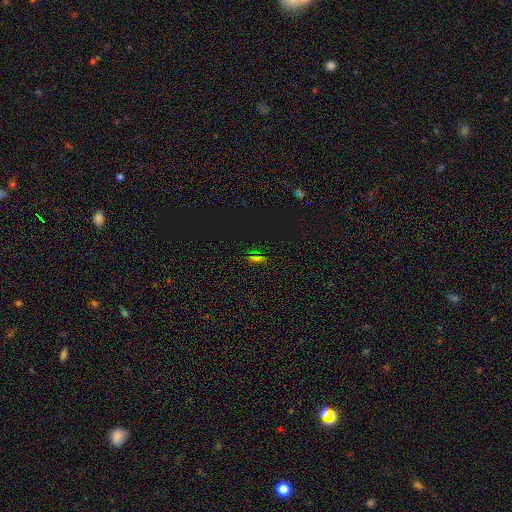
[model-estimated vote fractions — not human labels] smooth_or_featured: star or artifact (p=0.58) [alt: smooth p=0.32]